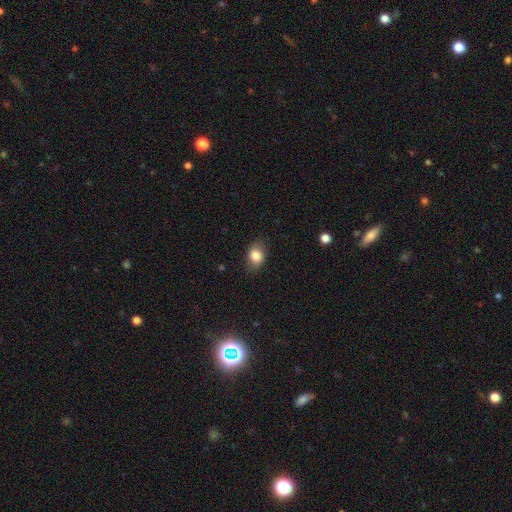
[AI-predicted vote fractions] smooth_or_featured: smooth (p=0.83) [alt: star or artifact p=0.09]
how_rounded: in between (p=0.66) [alt: round p=0.33]
merging: none (p=0.78) [alt: minor disturbance p=0.17]